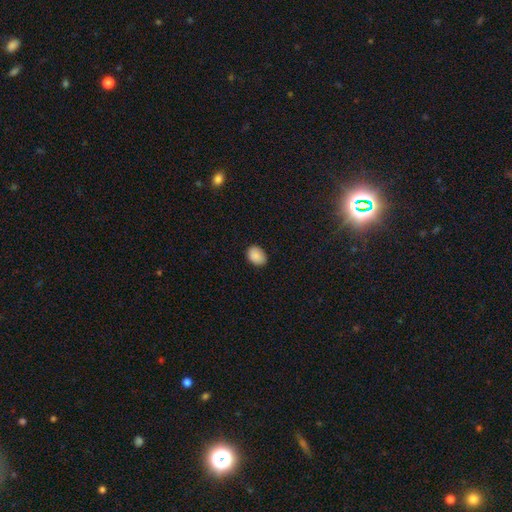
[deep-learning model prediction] Smooth or featured? Predicted: smooth (p=0.89). How rounded? Predicted: in between (p=0.70). Merging? Predicted: none (p=0.85).